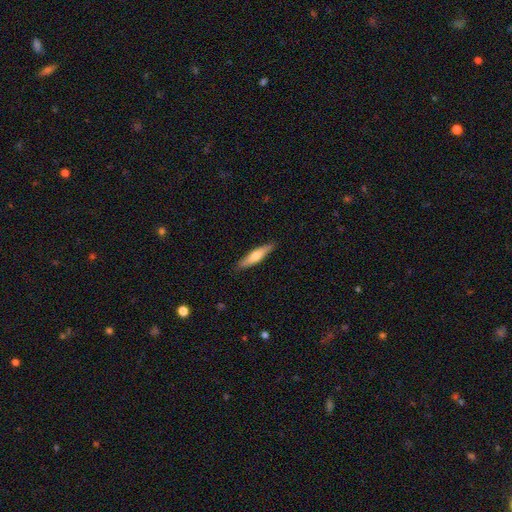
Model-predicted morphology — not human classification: A smooth galaxy with no disk features (56%) that is cigar-shaped (81%). Merging: none (88%).